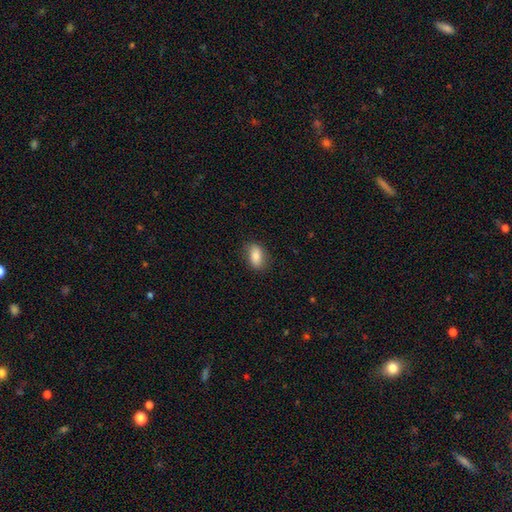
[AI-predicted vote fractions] Smooth or featured?
  - smooth: 82% *
  - featured or disk: 10%
  - star or artifact: 7%
How rounded?
  - in between: 87% *
  - round: 9%
  - cigar-shaped: 4%
Merging?
  - none: 81% *
  - minor disturbance: 14%
  - major disturbance: 3%
  - merger: 1%